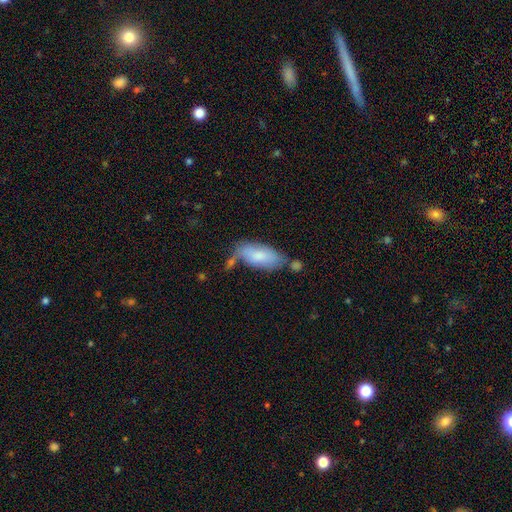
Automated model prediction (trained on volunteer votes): smooth 76%, featured or disk 18%, star or artifact 6%. Down the decision tree: how rounded — in between (85%); merging — none (54%).